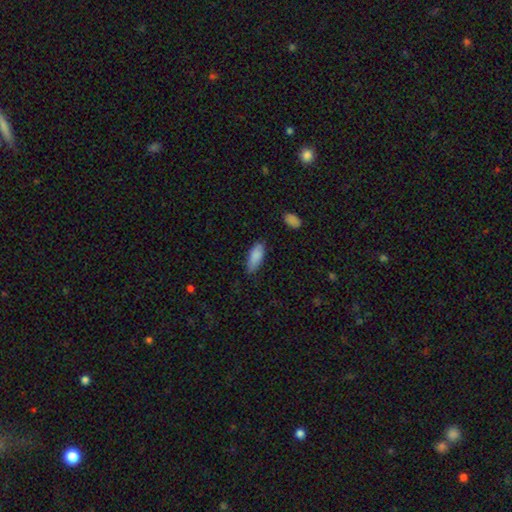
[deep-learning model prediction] smooth-or-featured: smooth: 87% | star or artifact: 6% | featured or disk: 6%
  how-rounded: in between: 78% | cigar-shaped: 20% | round: 2%
  merging: none: 75% | minor disturbance: 20% | major disturbance: 3% | merger: 2%